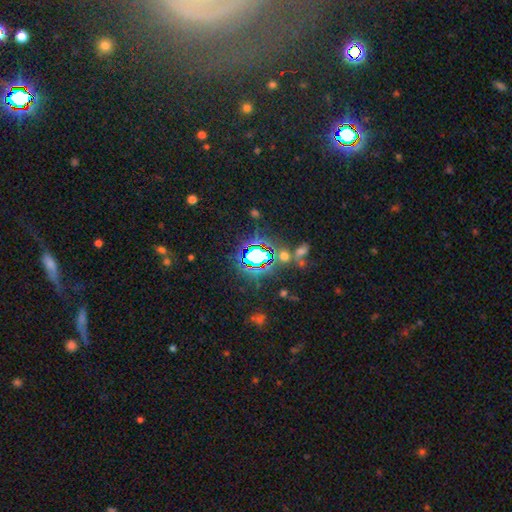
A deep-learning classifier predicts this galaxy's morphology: star or artifact 71%, smooth 19%, featured or disk 10%.